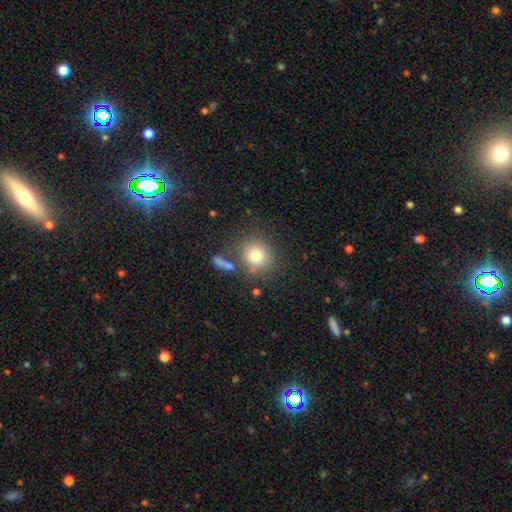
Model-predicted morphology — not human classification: smooth_or_featured: smooth (p=0.79) [alt: featured or disk p=0.11]
how_rounded: round (p=0.84) [alt: in between p=0.15]
merging: none (p=0.72) [alt: minor disturbance p=0.12]